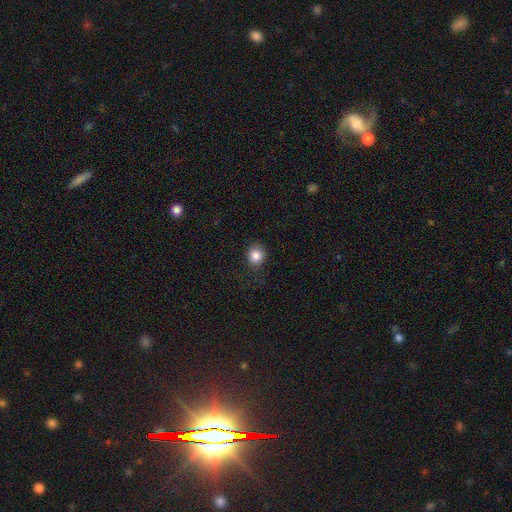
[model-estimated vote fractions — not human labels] Smooth or featured?
  - smooth: 84% *
  - star or artifact: 11%
  - featured or disk: 6%
How rounded?
  - round: 81% *
  - in between: 18%
  - cigar-shaped: 1%
Merging?
  - none: 78% *
  - minor disturbance: 16%
  - major disturbance: 6%
  - merger: 1%